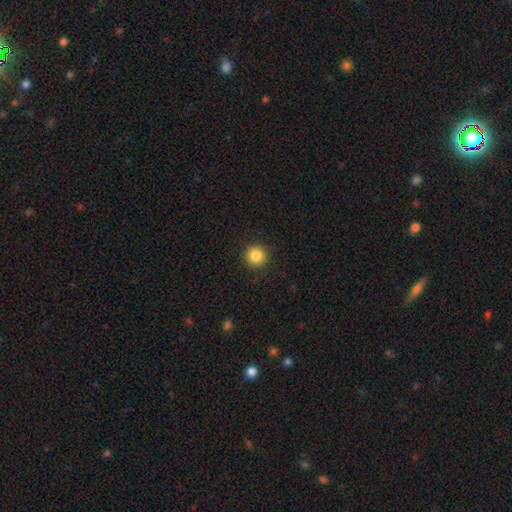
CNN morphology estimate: Smooth or featured? Predicted: smooth (p=0.86). How rounded? Predicted: round (p=0.95). Merging? Predicted: none (p=0.91).